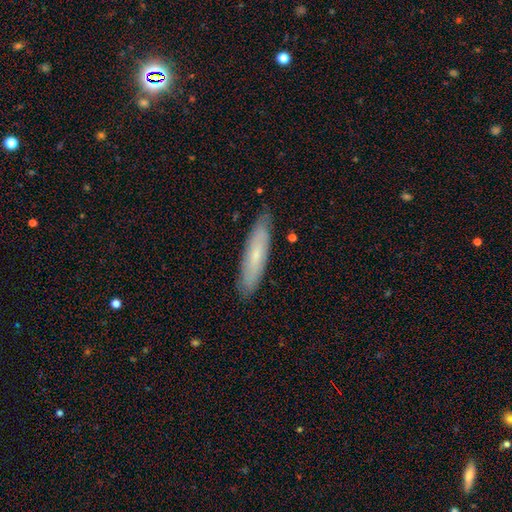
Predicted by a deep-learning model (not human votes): smooth-or-featured: smooth: 56% | featured or disk: 37% | star or artifact: 7%
  how-rounded: cigar-shaped: 78% | in between: 20% | round: 1%
  merging: none: 86% | minor disturbance: 11% | major disturbance: 2% | merger: 1%